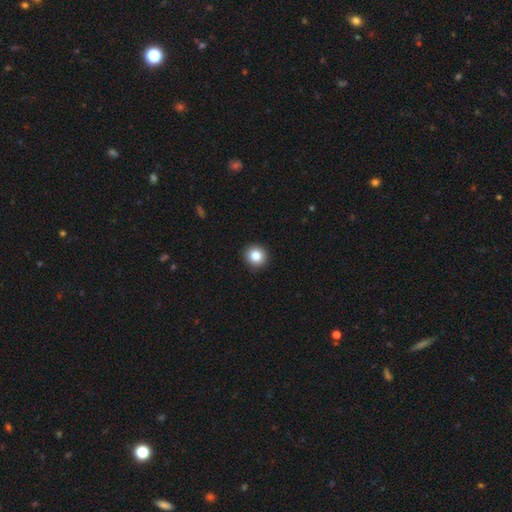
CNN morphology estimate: Smooth or featured? Predicted: smooth (p=0.84). How rounded? Predicted: round (p=0.93). Merging? Predicted: none (p=0.92).